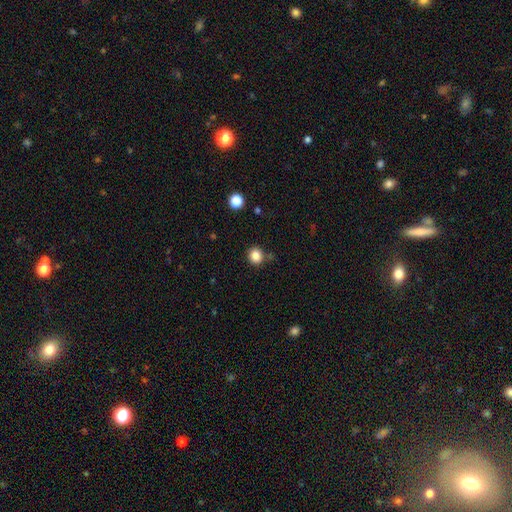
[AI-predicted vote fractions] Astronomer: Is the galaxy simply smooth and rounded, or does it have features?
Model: smooth — 84%.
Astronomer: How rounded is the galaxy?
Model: round — 87%.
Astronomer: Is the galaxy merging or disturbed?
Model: none — 85%.